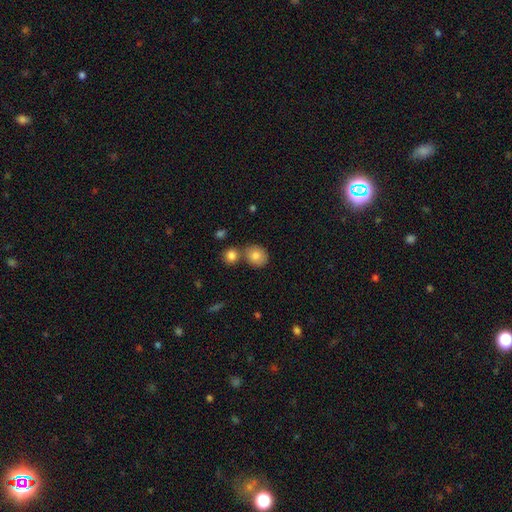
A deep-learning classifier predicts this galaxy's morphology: smooth 82%, star or artifact 9%, featured or disk 9%. Down the decision tree: how rounded — round (71%); merging — none (59%).